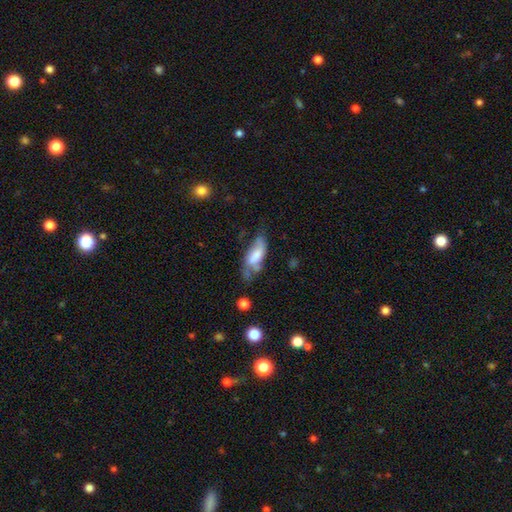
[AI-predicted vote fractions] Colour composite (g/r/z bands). It shows a smooth galaxy with no disk features (59%) that is in between round and cigar-shaped (77%). Merging: none (31%, tied with minor disturbance).